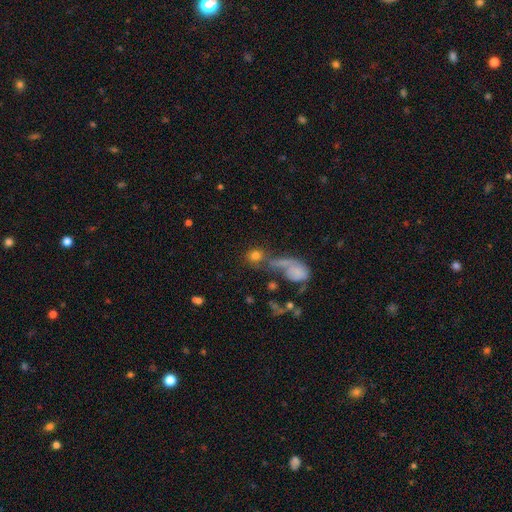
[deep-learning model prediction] This appears to be a smooth galaxy with no disk features (75%) that is round (76%). Merging: none (49%).